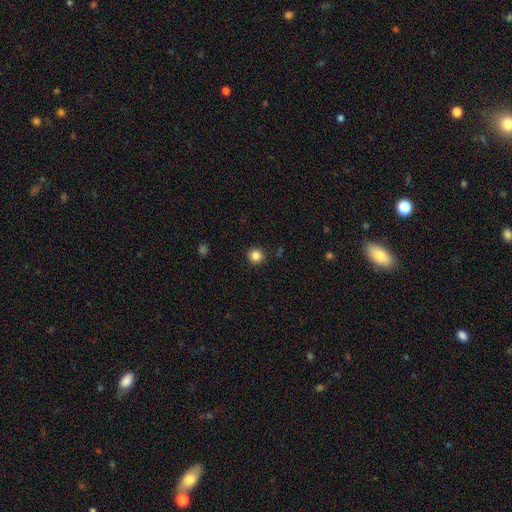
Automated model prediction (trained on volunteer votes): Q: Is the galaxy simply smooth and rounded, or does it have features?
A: smooth — 84%.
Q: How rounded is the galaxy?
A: round — 93%.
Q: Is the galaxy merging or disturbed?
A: none — 92%.